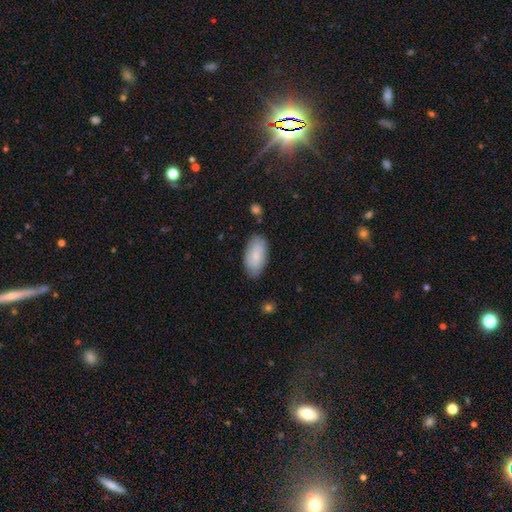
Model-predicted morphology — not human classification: smooth 74%, featured or disk 20%, star or artifact 6%. Down the decision tree: how rounded — in between (94%); merging — none (80%).